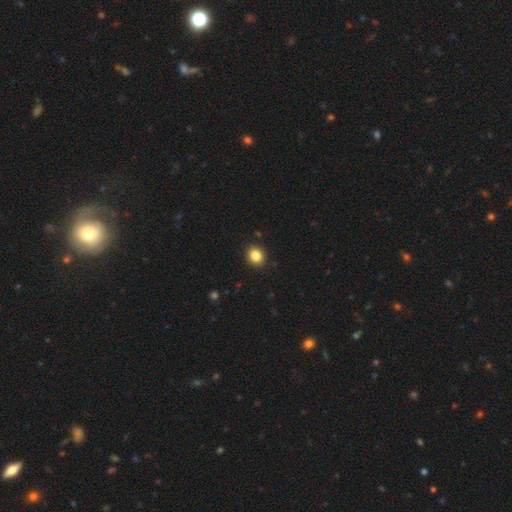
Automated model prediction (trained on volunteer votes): smooth-or-featured: smooth: 85% | star or artifact: 10% | featured or disk: 5%
  how-rounded: round: 70% | in between: 29% | cigar-shaped: 1%
  merging: none: 91% | minor disturbance: 6% | major disturbance: 2% | merger: 1%